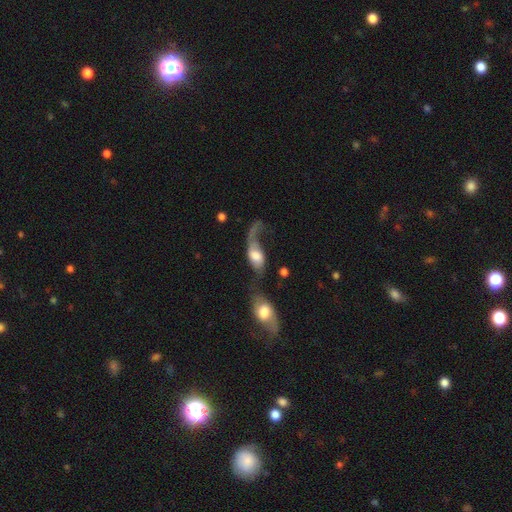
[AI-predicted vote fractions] A featured or disk galaxy (53%). Merging: merger (44%).